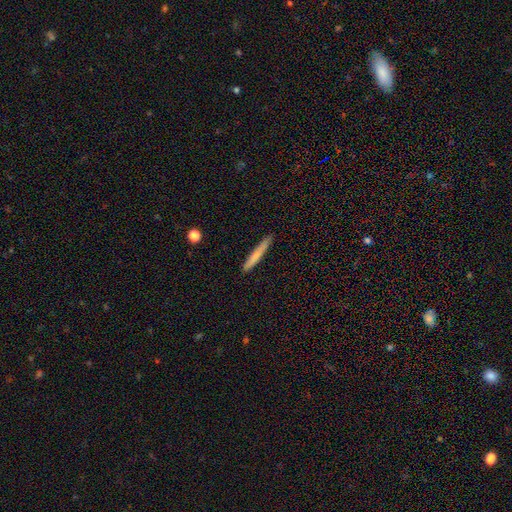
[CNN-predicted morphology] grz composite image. It shows a smooth galaxy with no disk features (71%) that is cigar-shaped (96%). Merging: none (89%).